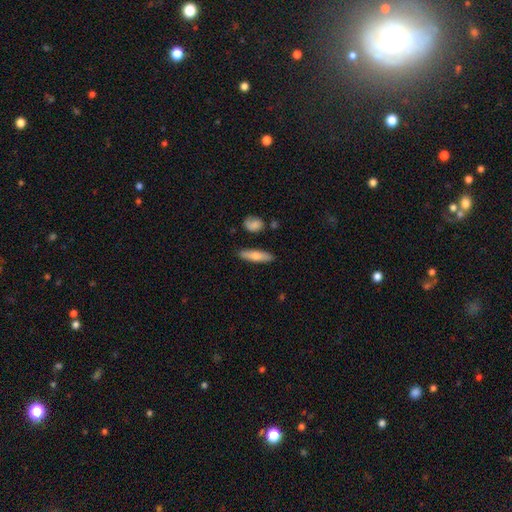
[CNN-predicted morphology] Overall: smooth (67%). How rounded: cigar-shaped (67%; in between 30%). Merging: none (86%).